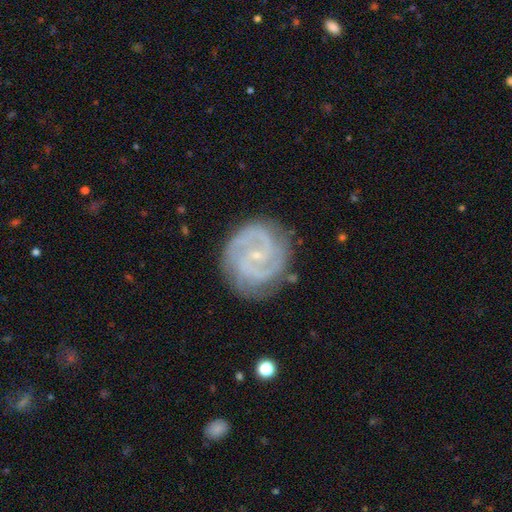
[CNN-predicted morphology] A featured or disk galaxy (88%) with no bar (50%), 2 (64%) tight (51%) spiral arms (97%) and a small central bulge (83%). Merging: none (79%).